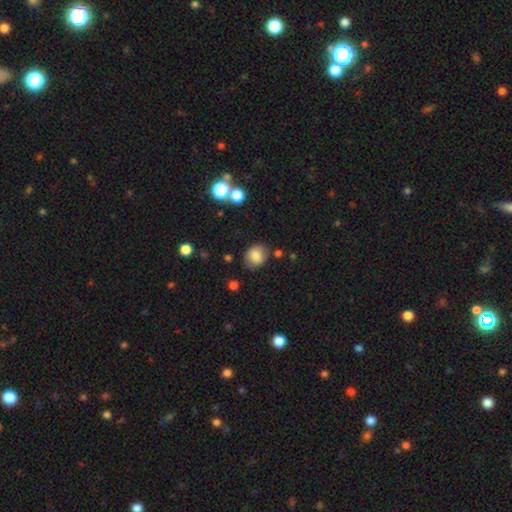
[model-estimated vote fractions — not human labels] smooth-or-featured: smooth: 83% | star or artifact: 10% | featured or disk: 7%
  how-rounded: round: 64% | in between: 35% | cigar-shaped: 1%
  merging: none: 79% | minor disturbance: 14% | major disturbance: 4% | merger: 3%